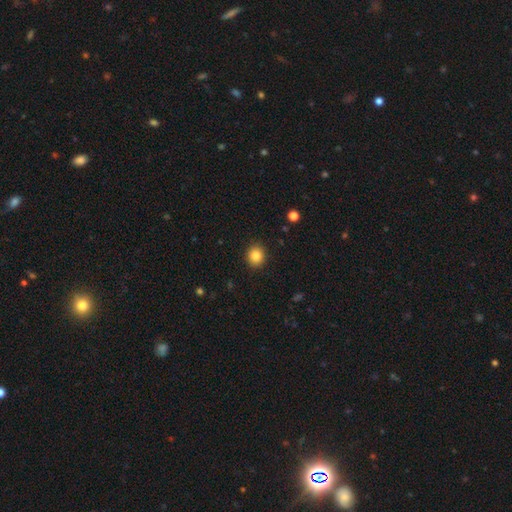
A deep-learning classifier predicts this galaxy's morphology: The model was most divided on "how rounded": round: 74%, in between: 25%, cigar-shaped: 1%. More confident: merging — none (90%); smooth or featured — smooth (85%).